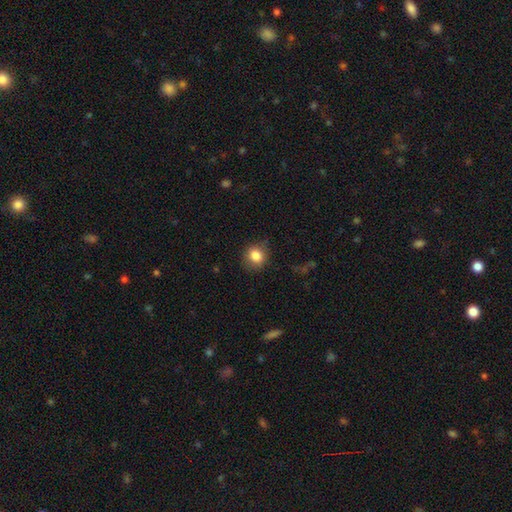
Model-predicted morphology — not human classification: The model was most divided on "how rounded": round: 76%, in between: 23%, cigar-shaped: 1%. More confident: smooth or featured — smooth (84%); merging — none (78%).